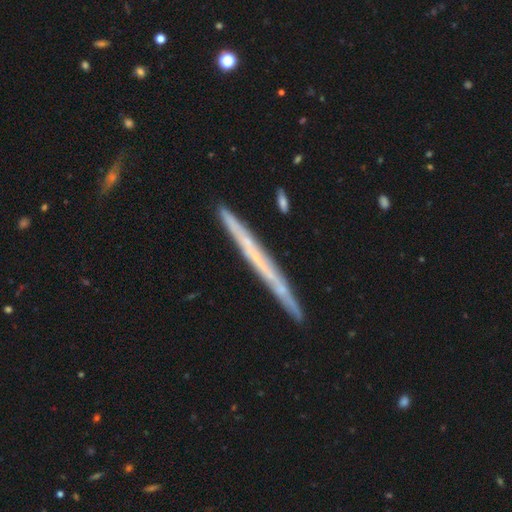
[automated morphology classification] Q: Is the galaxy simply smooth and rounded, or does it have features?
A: featured or disk — 57%.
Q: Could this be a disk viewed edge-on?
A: yes — 96%.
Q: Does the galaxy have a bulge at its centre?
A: none — 92%.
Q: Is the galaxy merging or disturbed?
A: none — 88%.